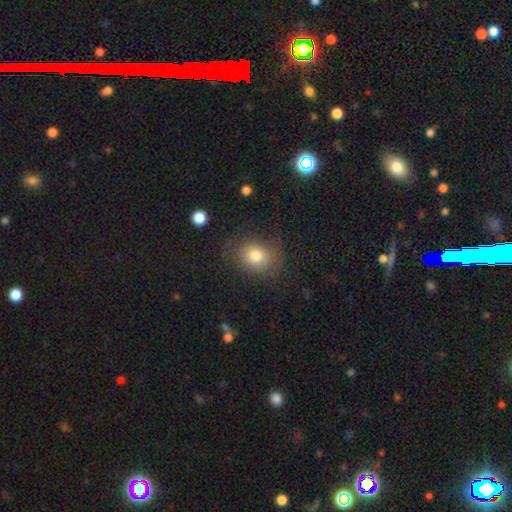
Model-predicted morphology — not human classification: A smooth galaxy with no disk features (72%) that is round (59%).

Vote fractions:
- Smooth or featured? smooth: 72% / featured or disk: 17% / star or artifact: 10%
- How rounded? round: 59% / in between: 40% / cigar-shaped: 1%
- Merging? none: 67% / minor disturbance: 20% / major disturbance: 12% / merger: 2%